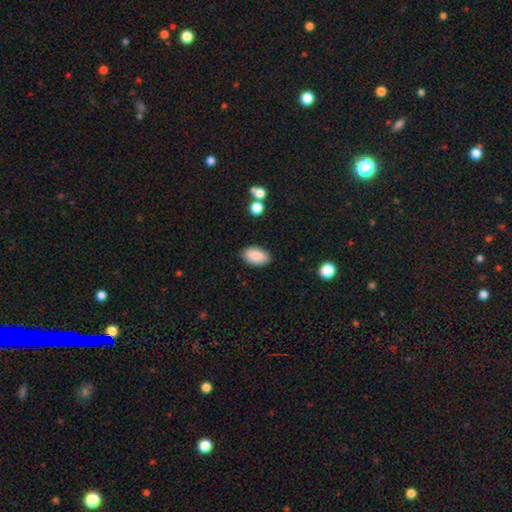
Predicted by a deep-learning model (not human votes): Smooth or featured? smooth (88%)
How rounded? in between (94%)
Merging? none (85%)